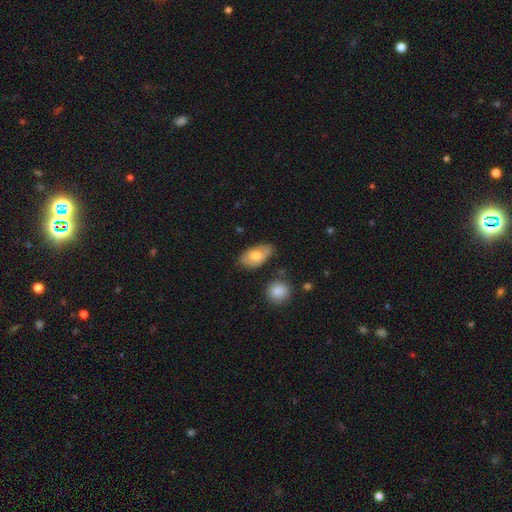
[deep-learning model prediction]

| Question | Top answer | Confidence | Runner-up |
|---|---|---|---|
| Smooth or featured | smooth | 64% | featured or disk (29%) |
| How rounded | in between | 91% | round (6%) |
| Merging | none | 66% | minor disturbance (24%) |